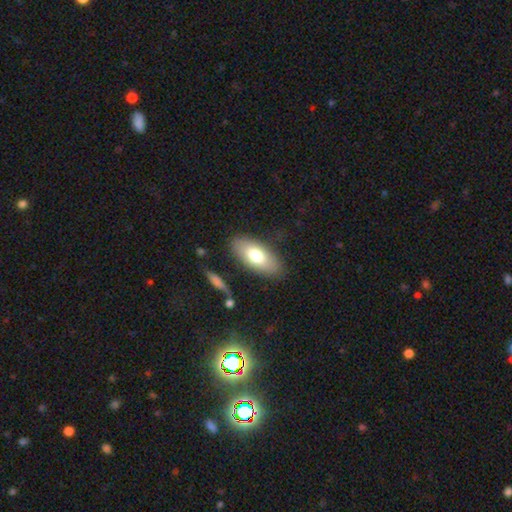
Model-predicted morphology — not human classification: smooth-or-featured: smooth: 73% | featured or disk: 21% | star or artifact: 7%
  how-rounded: in between: 88% | cigar-shaped: 9% | round: 3%
  merging: none: 83% | minor disturbance: 11% | major disturbance: 4% | merger: 2%